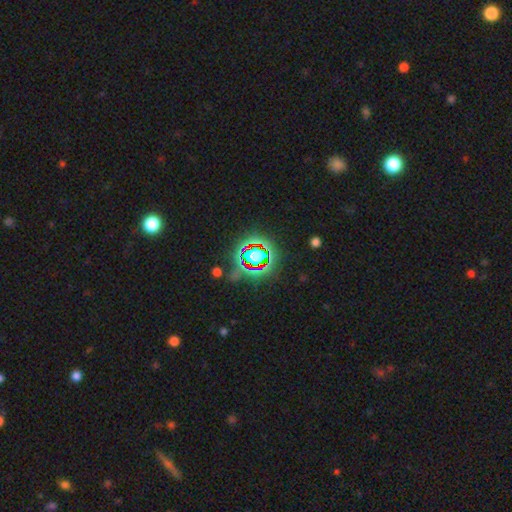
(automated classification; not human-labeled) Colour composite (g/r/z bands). It shows a star or artifact, not a galaxy (69%).